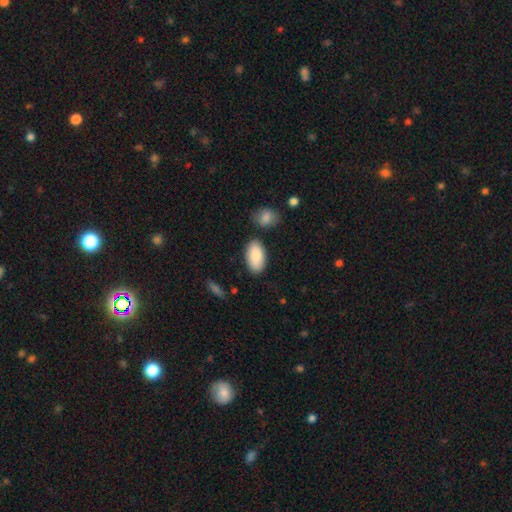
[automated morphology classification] Smooth or featured? smooth (86%)
How rounded? in between (94%)
Merging? none (81%)